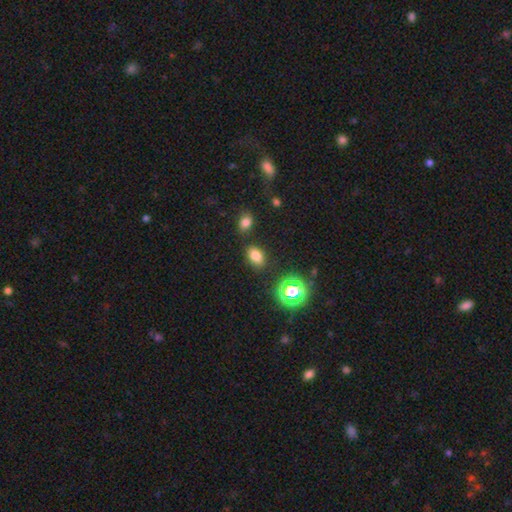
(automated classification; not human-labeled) Smooth or featured?
  - smooth: 76% *
  - star or artifact: 18%
  - featured or disk: 7%
How rounded?
  - in between: 81% *
  - round: 17%
  - cigar-shaped: 2%
Merging?
  - none: 81% *
  - minor disturbance: 11%
  - merger: 5%
  - major disturbance: 3%